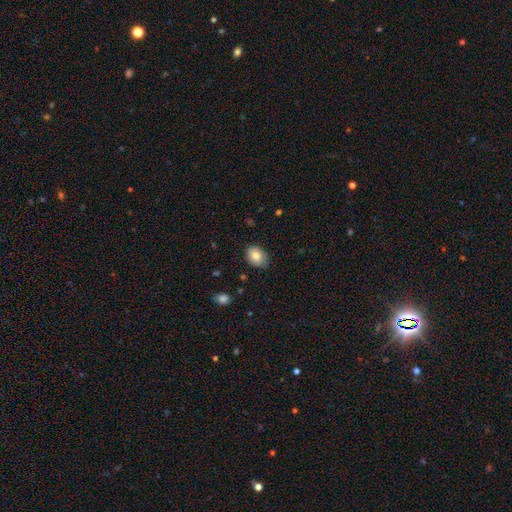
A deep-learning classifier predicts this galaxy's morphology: This is clearly a smooth galaxy (82%). How rounded: likely in between (71%). Merging: likely none (77%).